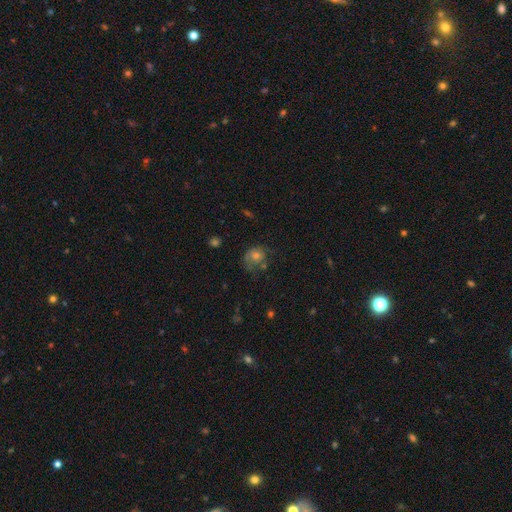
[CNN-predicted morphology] smooth-or-featured: smooth: 53% | featured or disk: 30% | star or artifact: 17%
  how-rounded: round: 68% | in between: 31% | cigar-shaped: 1%
  merging: none: 47% | minor disturbance: 25% | major disturbance: 21% | merger: 6%